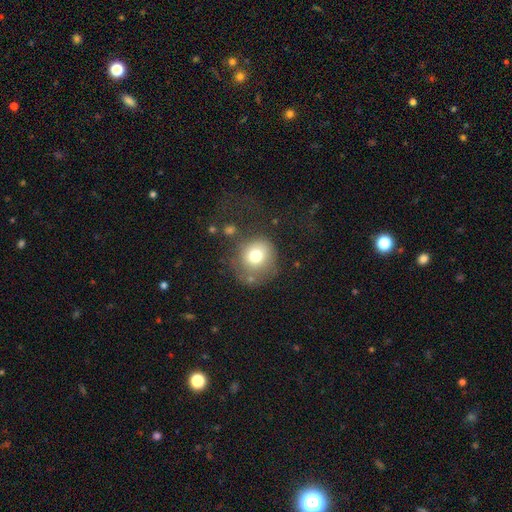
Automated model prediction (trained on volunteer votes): Q: Smooth or featured?
A: smooth (74%); runner-up: featured or disk (16%)
Q: How rounded?
A: round (87%); runner-up: in between (12%)
Q: Merging?
A: none (52%); runner-up: minor disturbance (22%)